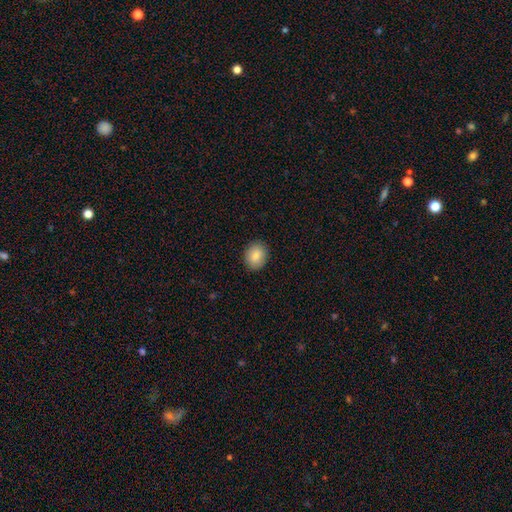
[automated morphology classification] This is clearly a smooth galaxy (86%). How rounded: possibly round (55%). Merging: clearly none (89%).